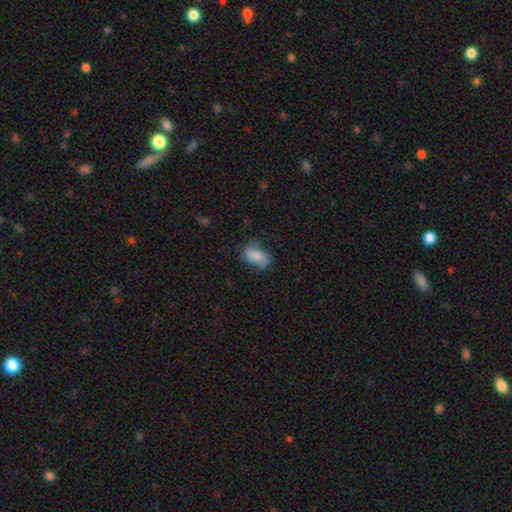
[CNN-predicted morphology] Q: Smooth or featured?
A: smooth (71%); runner-up: featured or disk (20%)
Q: How rounded?
A: in between (89%); runner-up: round (8%)
Q: Merging?
A: none (52%); runner-up: minor disturbance (30%)